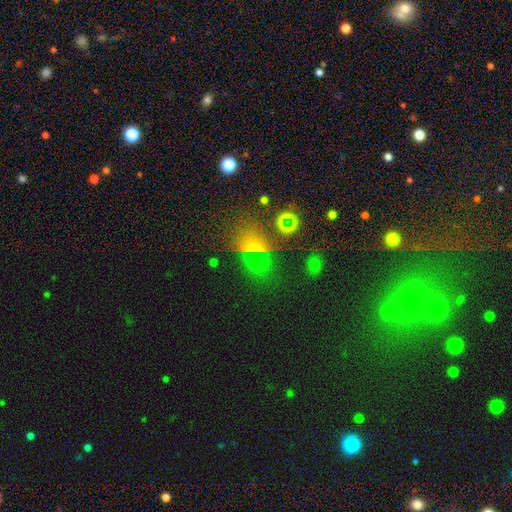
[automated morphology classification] Q: Smooth or featured?
A: star or artifact (50%); runner-up: smooth (36%)